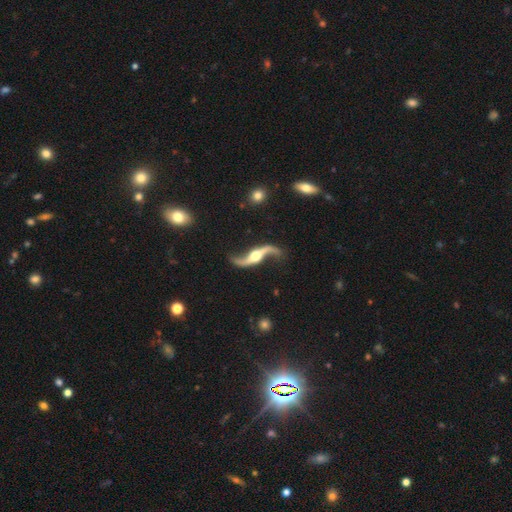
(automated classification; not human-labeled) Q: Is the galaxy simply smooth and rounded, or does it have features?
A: featured or disk — 93%.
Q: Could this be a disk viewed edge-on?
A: no — 88%.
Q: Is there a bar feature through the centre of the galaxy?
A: no — 50%.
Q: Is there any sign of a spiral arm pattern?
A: yes — 97%.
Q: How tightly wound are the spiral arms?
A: loose — 94%.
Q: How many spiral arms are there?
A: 2 — 95%.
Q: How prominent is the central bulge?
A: moderate — 60%.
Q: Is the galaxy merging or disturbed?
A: none — 79%.